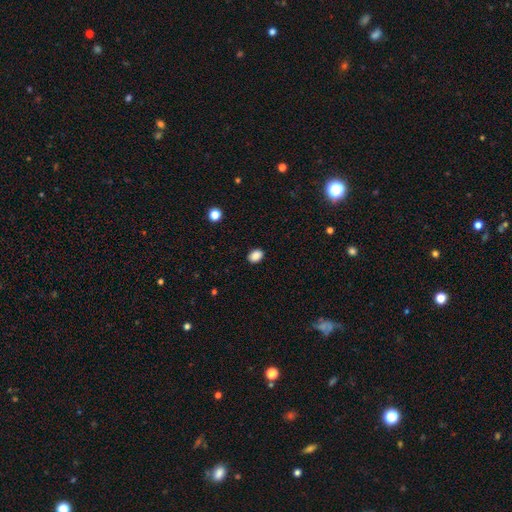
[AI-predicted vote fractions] Q: Smooth or featured?
A: smooth (88%); runner-up: star or artifact (9%)
Q: How rounded?
A: in between (74%); runner-up: round (25%)
Q: Merging?
A: none (89%); runner-up: minor disturbance (8%)